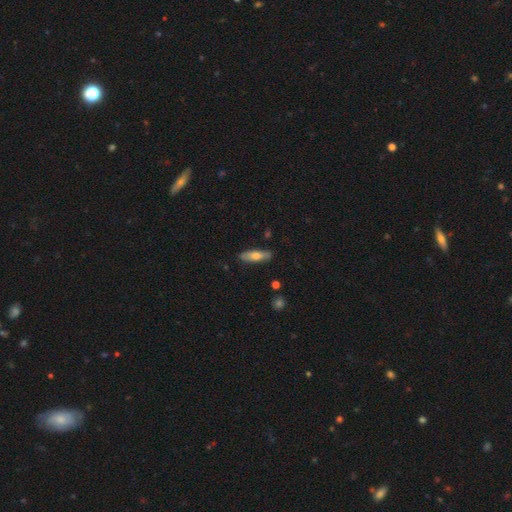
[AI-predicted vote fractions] Morphology: type=smooth (63%); roundness=cigar-shaped (54%); merging=none (86%).